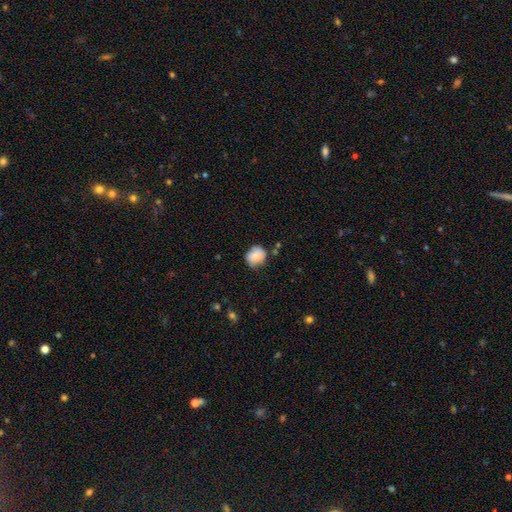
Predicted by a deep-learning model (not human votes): This appears to be a smooth galaxy with no disk features (73%) that is round (76%). Merging: none (66%).